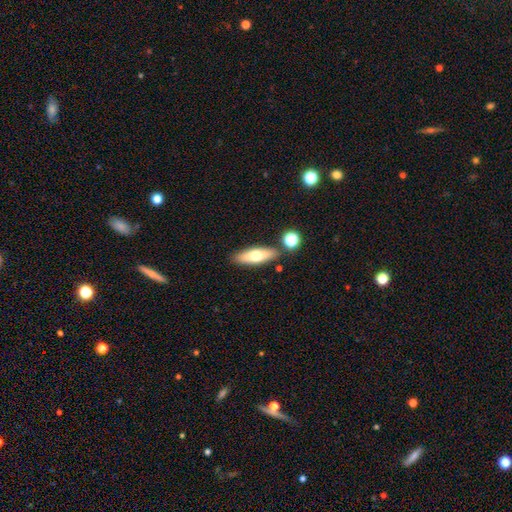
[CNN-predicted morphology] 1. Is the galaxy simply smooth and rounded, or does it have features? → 65% smooth, 28% featured or disk, 7% star or artifact.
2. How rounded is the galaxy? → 53% in between, 44% cigar-shaped, 3% round.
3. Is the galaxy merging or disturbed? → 82% none, 9% minor disturbance, 6% merger, 2% major disturbance.